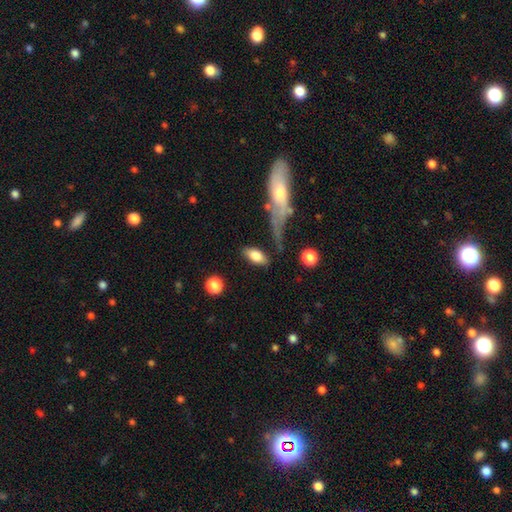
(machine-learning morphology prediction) This appears to be a smooth galaxy with no disk features (76%) that is in between round and cigar-shaped (88%). Merging: none (70%).